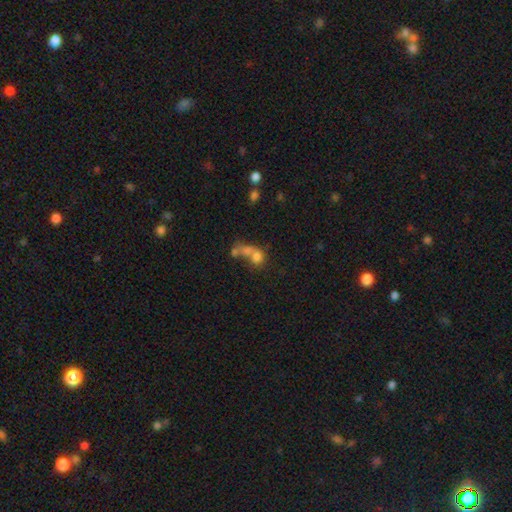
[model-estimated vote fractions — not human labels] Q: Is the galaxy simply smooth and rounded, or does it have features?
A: smooth — 53%.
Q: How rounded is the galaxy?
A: round — 64%.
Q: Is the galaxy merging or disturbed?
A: merger — 50%.